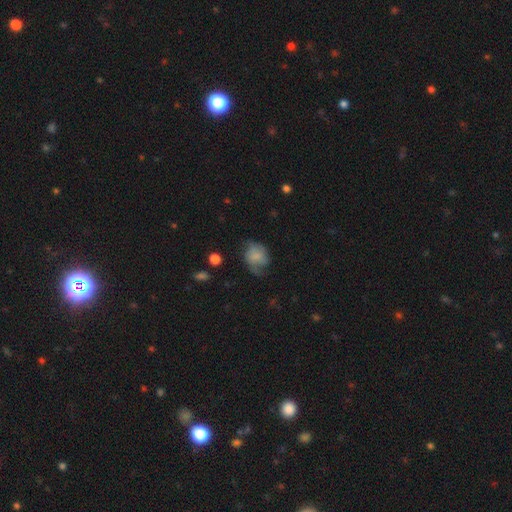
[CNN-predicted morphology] Overall: smooth (57%; featured or disk 34%). How rounded: in between (50%; round 49%). Merging: none (44%; minor disturbance 32%).